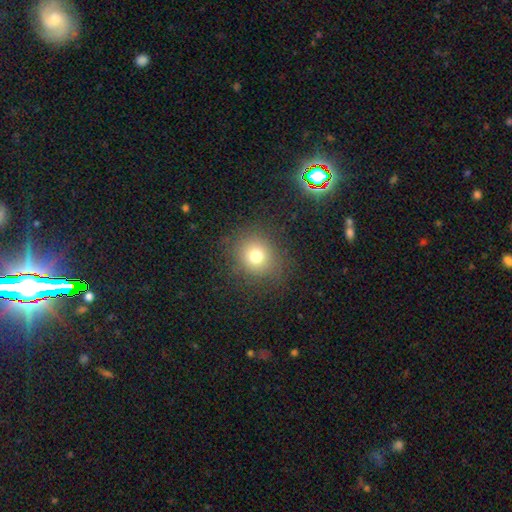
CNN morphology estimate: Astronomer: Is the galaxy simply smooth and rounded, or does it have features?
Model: smooth — 73%.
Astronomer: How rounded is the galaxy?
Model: round — 84%.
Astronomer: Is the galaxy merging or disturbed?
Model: none — 84%.